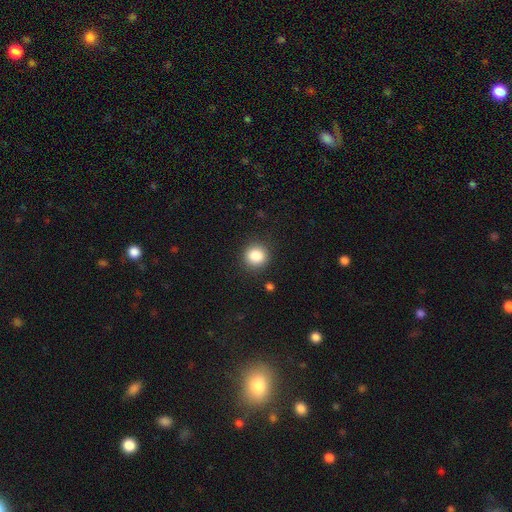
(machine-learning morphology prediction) type=smooth (85%); roundness=round (88%); merging=none (88%).